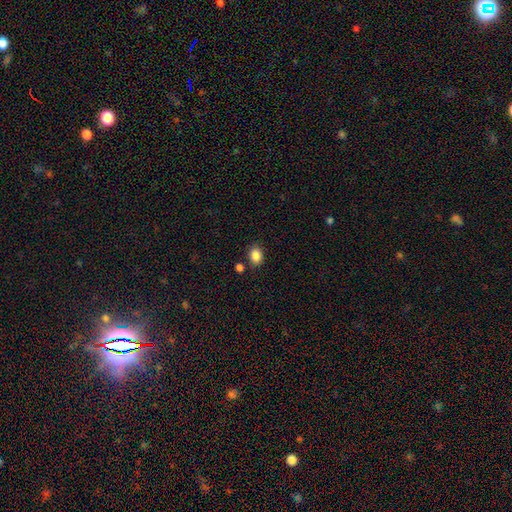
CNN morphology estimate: Q: Smooth or featured?
A: smooth (86%); runner-up: star or artifact (9%)
Q: How rounded?
A: in between (64%); runner-up: round (35%)
Q: Merging?
A: none (81%); runner-up: minor disturbance (11%)